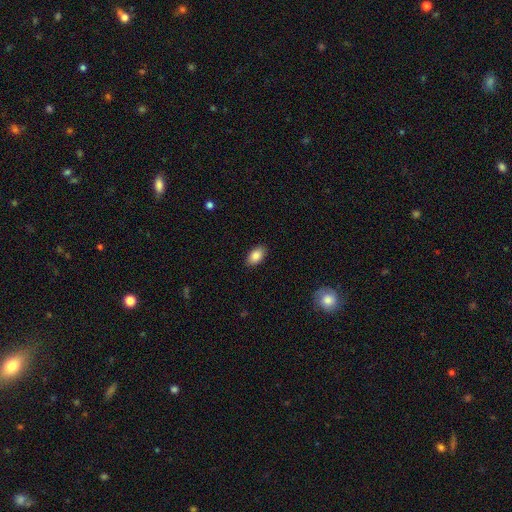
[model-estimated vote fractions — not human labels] smooth_or_featured: smooth (p=0.87) [alt: star or artifact p=0.07]
how_rounded: in between (p=0.92) [alt: round p=0.07]
merging: none (p=0.88) [alt: minor disturbance p=0.09]